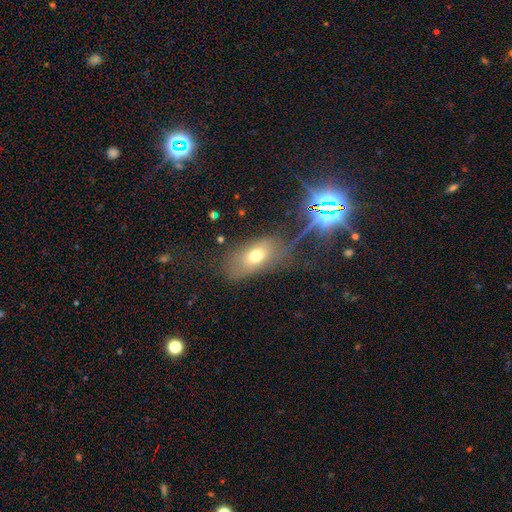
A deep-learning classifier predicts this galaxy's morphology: Smooth or featured?
  - smooth: 65% *
  - featured or disk: 21%
  - star or artifact: 14%
How rounded?
  - in between: 85% *
  - round: 9%
  - cigar-shaped: 6%
Merging?
  - none: 68% *
  - minor disturbance: 17%
  - major disturbance: 11%
  - merger: 4%